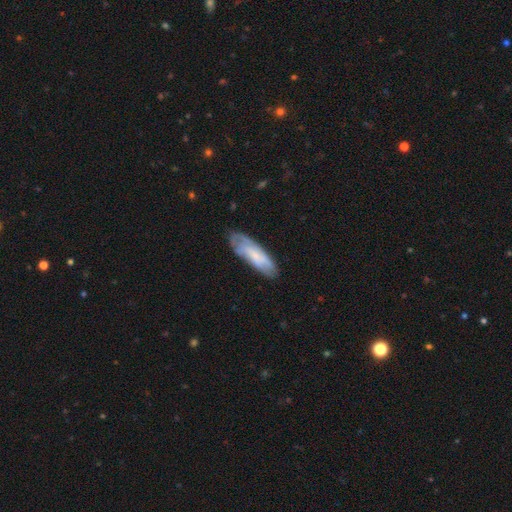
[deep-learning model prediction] smooth-or-featured: smooth: 50% | featured or disk: 43% | star or artifact: 7%
  merging: none: 69% | minor disturbance: 22% | major disturbance: 7% | merger: 2%